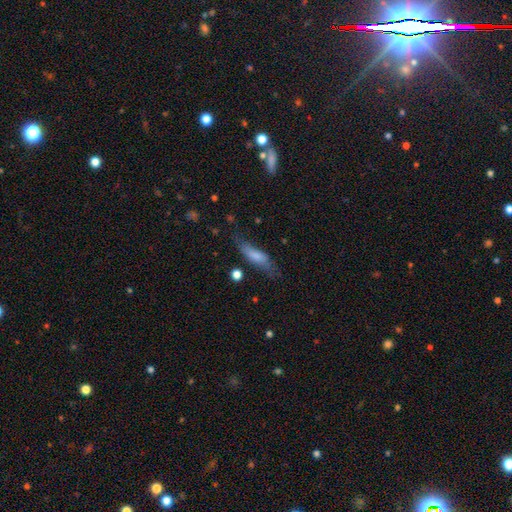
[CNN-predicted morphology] smooth-or-featured: smooth: 70% | featured or disk: 22% | star or artifact: 7%
  how-rounded: cigar-shaped: 59% | in between: 39% | round: 2%
  merging: none: 60% | minor disturbance: 26% | major disturbance: 11% | merger: 3%